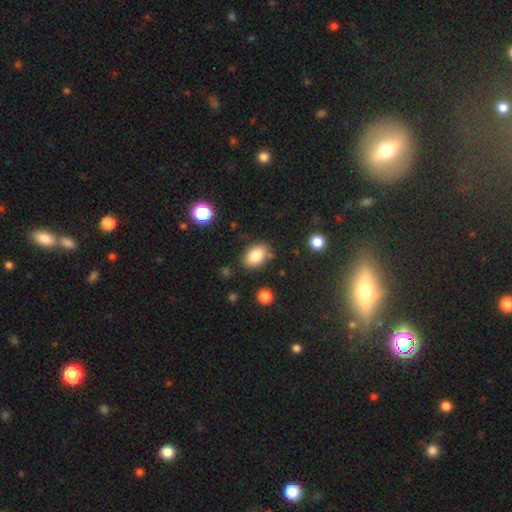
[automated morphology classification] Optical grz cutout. It shows a smooth galaxy with no disk features (84%) that is in between round and cigar-shaped (86%). Merging: none (80%).